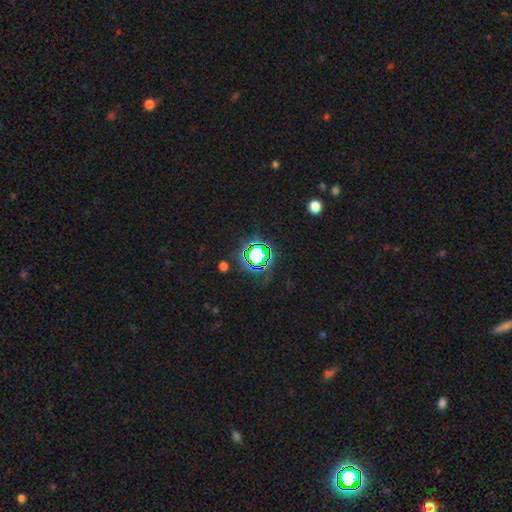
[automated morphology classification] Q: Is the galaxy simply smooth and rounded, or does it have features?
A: star or artifact — 69%.